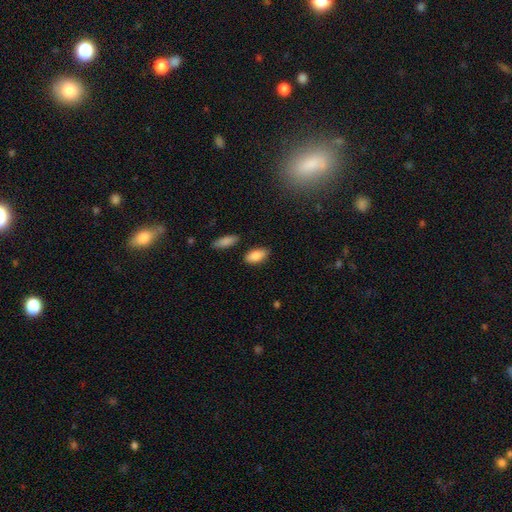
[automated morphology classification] A smooth galaxy with no disk features (86%) that is in between round and cigar-shaped (91%). Merging: none (83%).